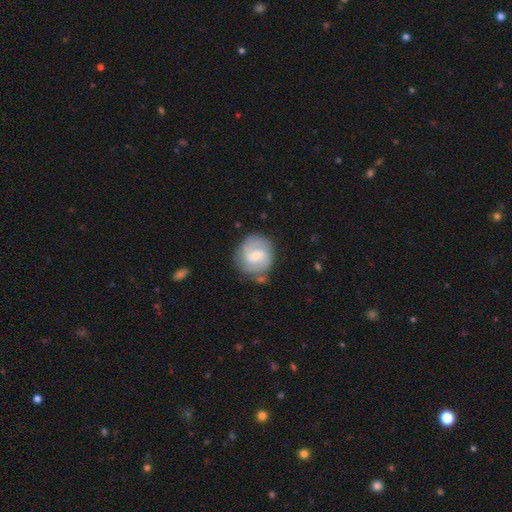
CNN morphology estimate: Smooth or featured: featured or disk — 70% (smooth — 24%)
Edge-on disk: no — 98% (yes — 2%)
Bar: weak — 54% (no — 37%)
Spiral arms: yes — 92% (no — 8%)
Spiral winding: medium — 46% (tight — 38%)
Spiral arm count: 2 — 70% (can't tell — 14%)
Bulge size: small — 55% (moderate — 39%)
Merging: none — 73% (minor disturbance — 17%)